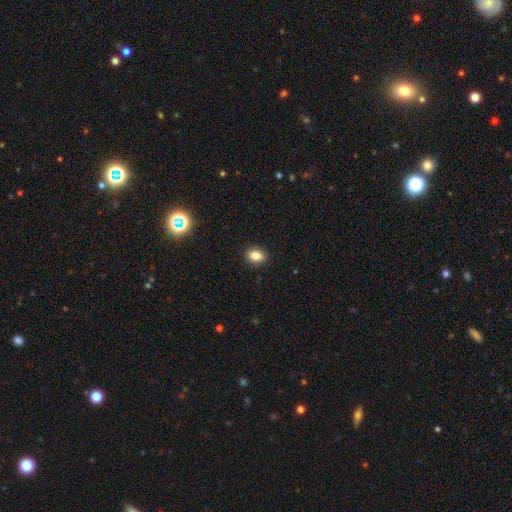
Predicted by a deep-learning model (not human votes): A smooth galaxy with no disk features (83%) that is in between round and cigar-shaped (69%).

Vote fractions:
- Smooth or featured? smooth: 83% / star or artifact: 11% / featured or disk: 6%
- How rounded? in between: 69% / round: 30% / cigar-shaped: 2%
- Merging? none: 90% / minor disturbance: 7% / major disturbance: 2% / merger: 1%